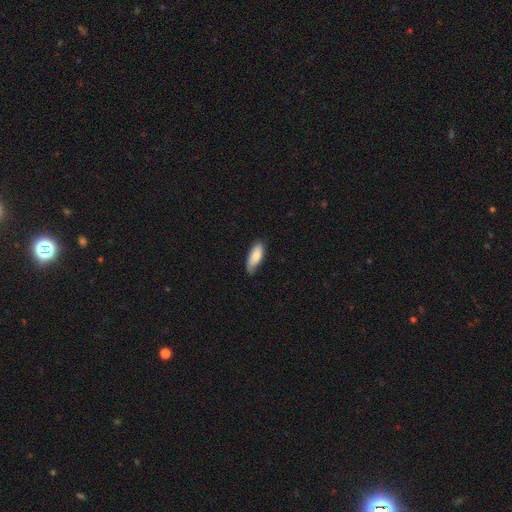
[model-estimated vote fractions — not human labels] Smooth or featured? Predicted: smooth (p=0.81). How rounded? Predicted: in between (p=0.74). Merging? Predicted: none (p=0.66).